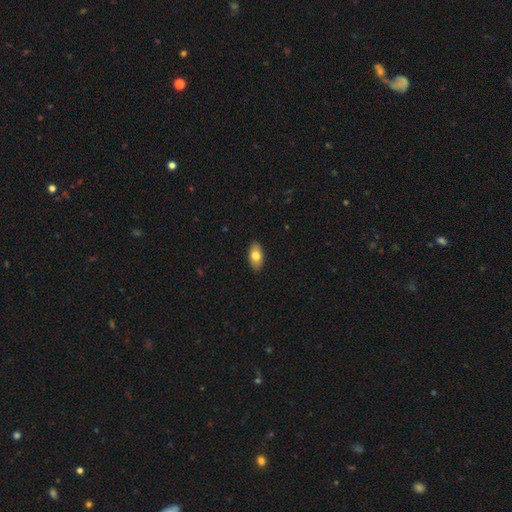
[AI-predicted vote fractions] smooth-or-featured: smooth: 77% | featured or disk: 17% | star or artifact: 6%
  how-rounded: in between: 92% | round: 4% | cigar-shaped: 4%
  merging: none: 89% | minor disturbance: 8% | major disturbance: 2% | merger: 1%